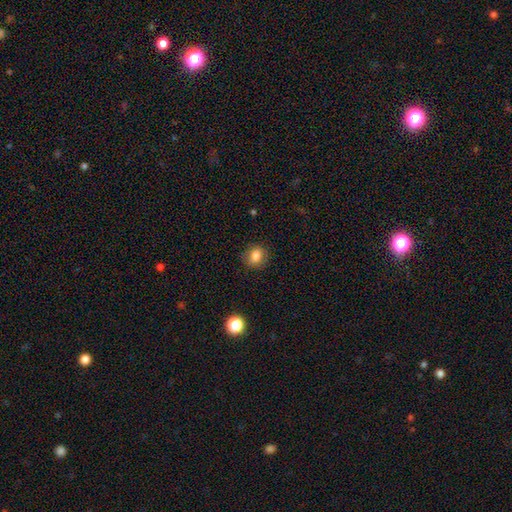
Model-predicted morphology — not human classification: A smooth galaxy with no disk features (81%) that is round (62%). Merging: none (83%).